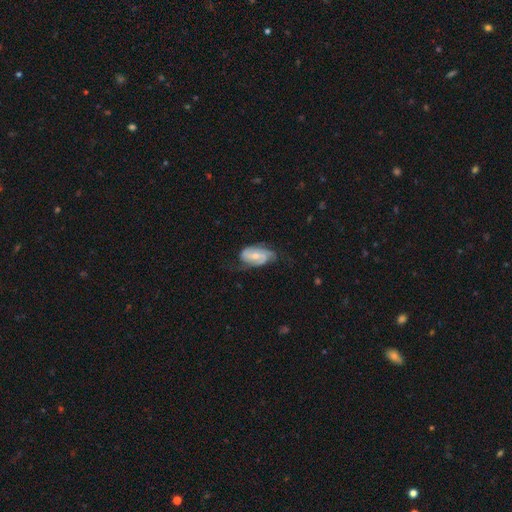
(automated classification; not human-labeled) featured or disk 73%, smooth 21%, star or artifact 6%. Down the decision tree: edge-on disk — no (96%); bar — no (43%); spiral arms — yes (92%); spiral arm count — 2 (61%); spiral winding — medium (41%); bulge size — moderate (50%); merging — none (59%).